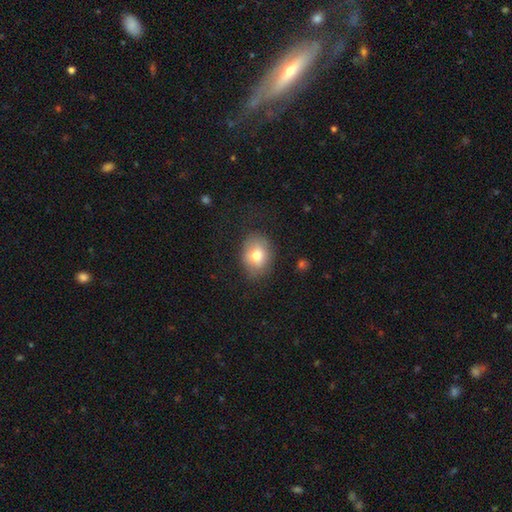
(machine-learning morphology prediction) smooth_or_featured: smooth (p=0.74) [alt: featured or disk p=0.16]
how_rounded: in between (p=0.60) [alt: round p=0.39]
merging: none (p=0.74) [alt: minor disturbance p=0.18]